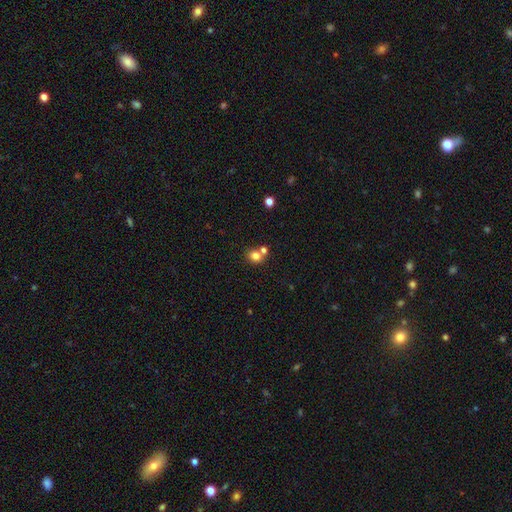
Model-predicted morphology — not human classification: Smooth or featured? Predicted: smooth (p=0.79). How rounded? Predicted: round (p=0.77). Merging? Predicted: none (p=0.55).